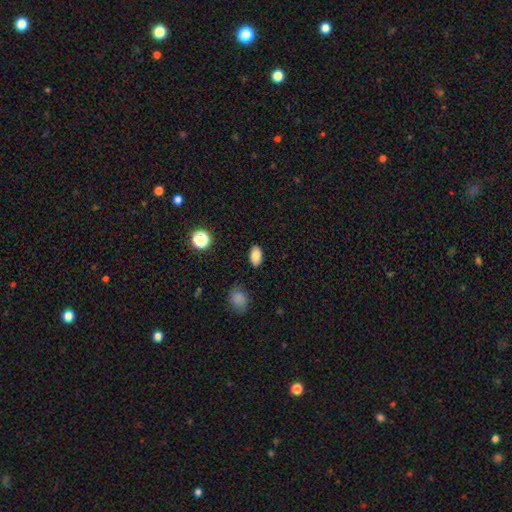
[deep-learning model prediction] This is clearly a smooth galaxy (84%). How rounded: clearly in between (90%). Merging: clearly none (87%).